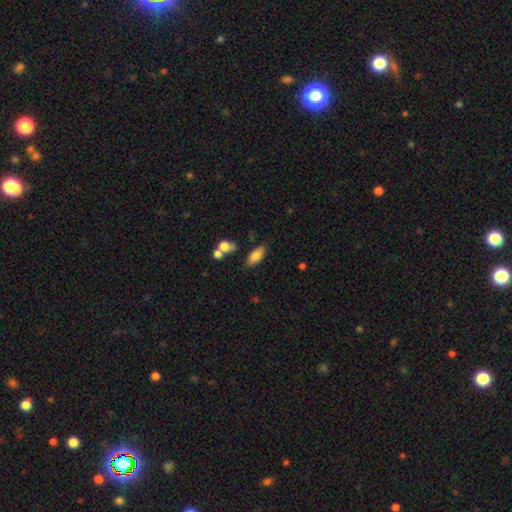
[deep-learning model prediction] Smooth or featured: smooth — 78% (featured or disk — 14%)
How rounded: in between — 84% (cigar-shaped — 12%)
Merging: none — 74% (minor disturbance — 15%)